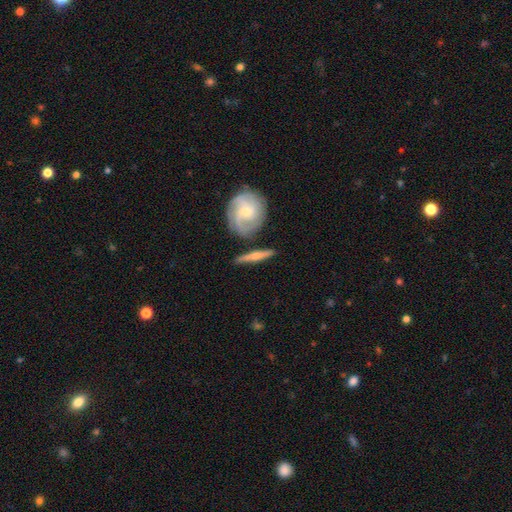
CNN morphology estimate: smooth-or-featured: featured or disk: 64% | smooth: 31% | star or artifact: 5%
  disk-edge-on: yes: 81% | no: 19%
    edge-on-bulge: rounded: 82% | none: 13% | boxy: 5%
  merging: none: 79% | minor disturbance: 12% | merger: 6% | major disturbance: 3%